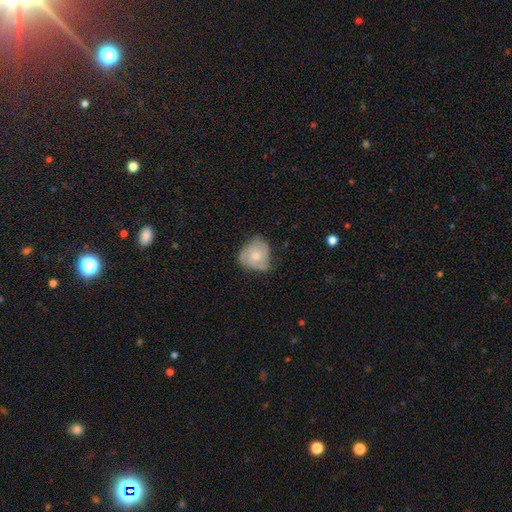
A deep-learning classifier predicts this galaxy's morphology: A featured or disk galaxy (48%). Merging: none (49%).